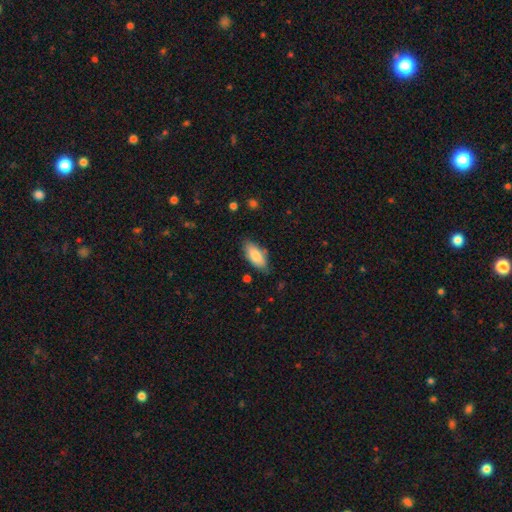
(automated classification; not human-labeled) The model was most divided on "merging": none: 78%, minor disturbance: 17%, major disturbance: 3%, merger: 2%. More confident: how rounded — in between (85%); smooth or featured — smooth (84%).